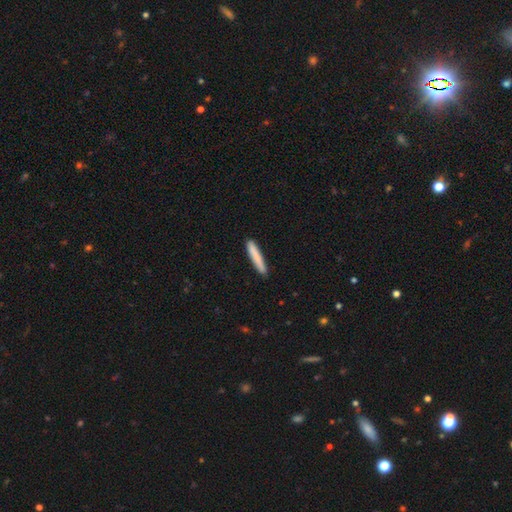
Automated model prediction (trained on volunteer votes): Q: Smooth or featured?
A: smooth (83%); runner-up: featured or disk (11%)
Q: How rounded?
A: cigar-shaped (94%); runner-up: in between (5%)
Q: Merging?
A: none (90%); runner-up: minor disturbance (8%)